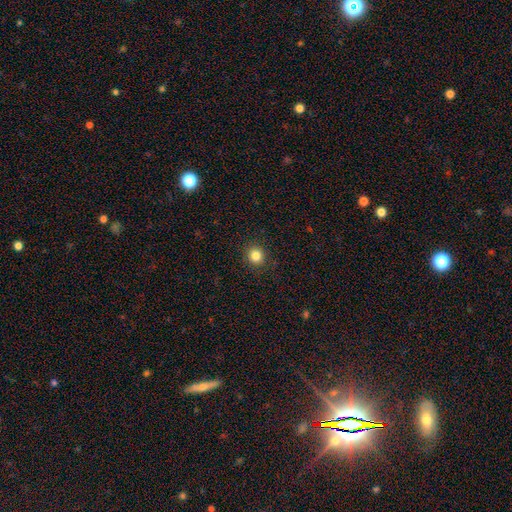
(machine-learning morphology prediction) smooth 83%, star or artifact 12%, featured or disk 5%. Down the decision tree: how rounded — round (89%); merging — none (92%).